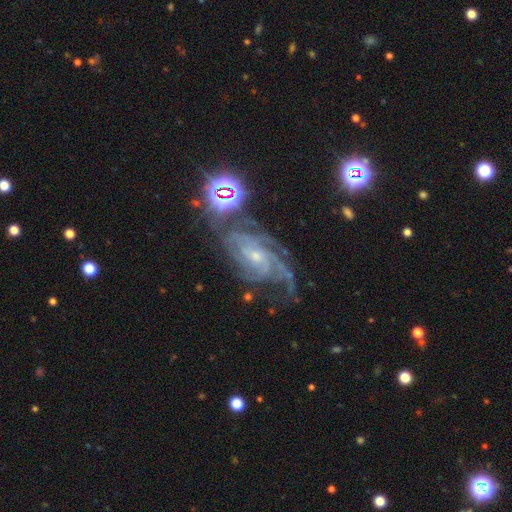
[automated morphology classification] Q: Smooth or featured?
A: featured or disk (85%); runner-up: star or artifact (10%)
Q: Edge-on disk?
A: no (97%); runner-up: yes (3%)
Q: Bar?
A: no (62%); runner-up: weak (30%)
Q: Spiral arms?
A: yes (97%); runner-up: no (3%)
Q: Spiral winding?
A: tight (53%); runner-up: medium (38%)
Q: Spiral arm count?
A: 3 (26%); runner-up: 4 (25%)
Q: Bulge size?
A: small (70%); runner-up: moderate (24%)
Q: Merging?
A: none (51%); runner-up: minor disturbance (23%)